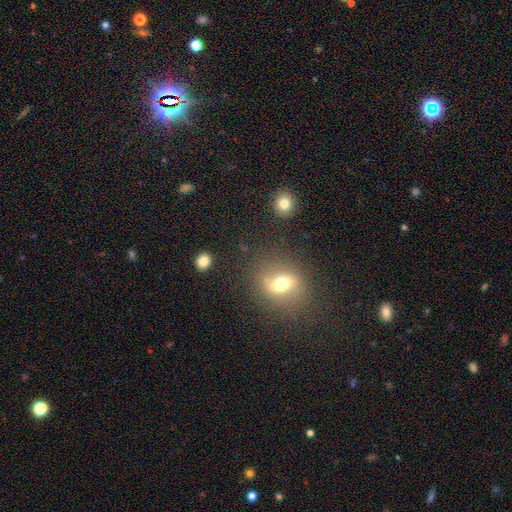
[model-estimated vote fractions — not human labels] smooth_or_featured: smooth (p=0.58) [alt: star or artifact p=0.31]
how_rounded: round (p=0.55) [alt: in between p=0.43]
merging: none (p=0.85) [alt: minor disturbance p=0.08]